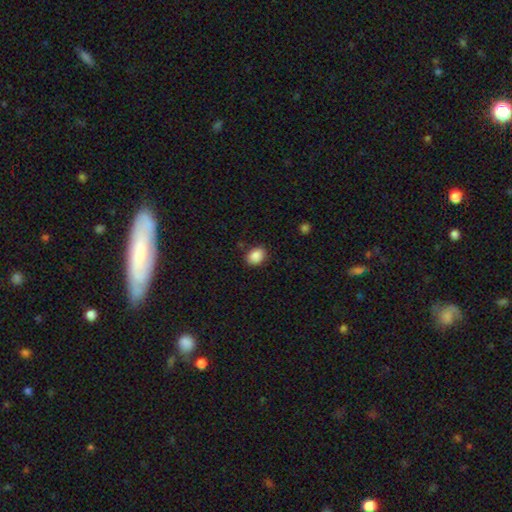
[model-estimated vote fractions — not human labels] This appears to be a smooth galaxy with no disk features (88%) that is in between round and cigar-shaped (63%). Merging: none (84%).